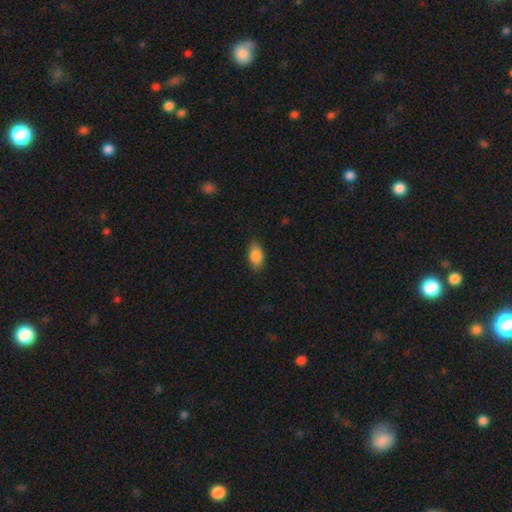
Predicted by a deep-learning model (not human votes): smooth-or-featured: smooth: 87% | star or artifact: 7% | featured or disk: 6%
  how-rounded: in between: 91% | round: 5% | cigar-shaped: 4%
  merging: none: 85% | minor disturbance: 12% | major disturbance: 3% | merger: 1%